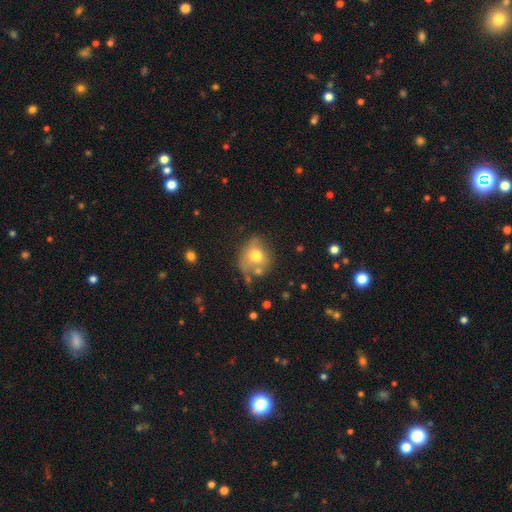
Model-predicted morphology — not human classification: smooth_or_featured: smooth (p=0.69) [alt: featured or disk p=0.21]
how_rounded: round (p=0.70) [alt: in between p=0.28]
merging: none (p=0.52) [alt: minor disturbance p=0.24]